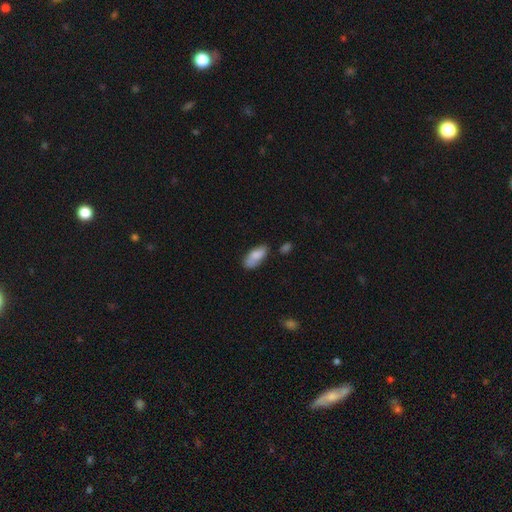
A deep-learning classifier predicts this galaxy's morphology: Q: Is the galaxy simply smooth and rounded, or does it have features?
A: smooth — 77%.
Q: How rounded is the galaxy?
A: in between — 85%.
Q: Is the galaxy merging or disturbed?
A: none — 59%.